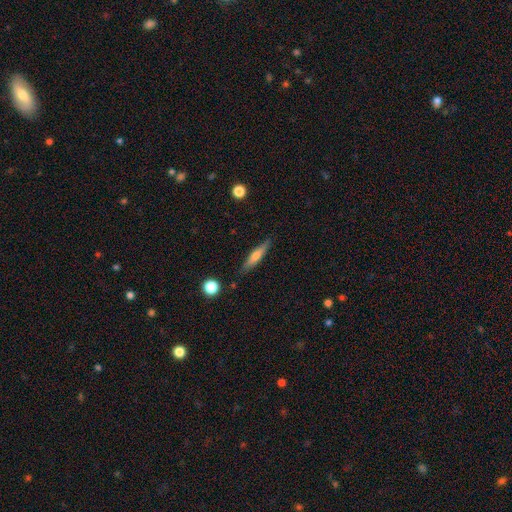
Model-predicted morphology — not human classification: type=smooth (54%); roundness=cigar-shaped (85%); merging=none (84%).